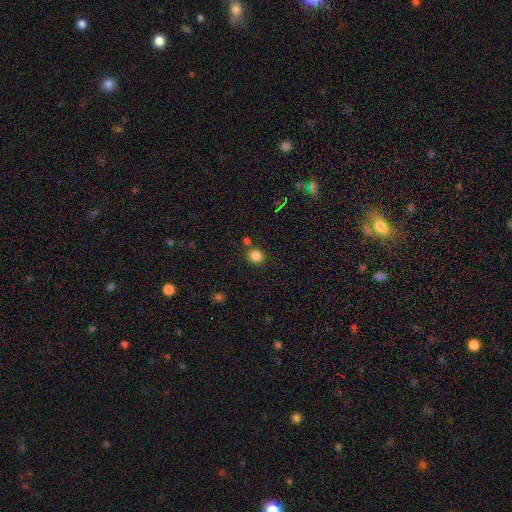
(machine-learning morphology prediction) This is clearly a smooth galaxy (83%). How rounded: clearly round (81%). Merging: likely none (80%).